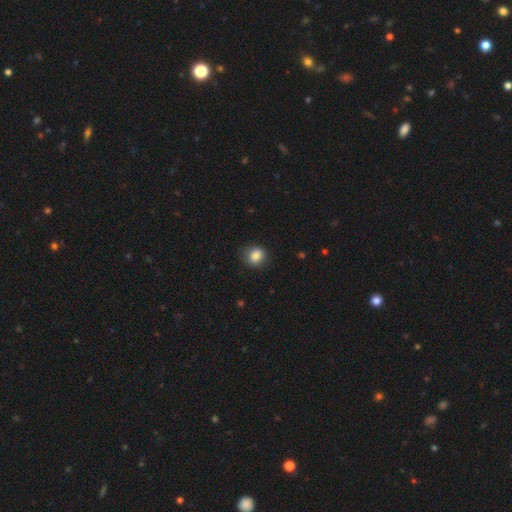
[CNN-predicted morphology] A smooth galaxy with no disk features (86%) that is round (68%).

Vote fractions:
- Smooth or featured? smooth: 86% / star or artifact: 10% / featured or disk: 5%
- How rounded? round: 68% / in between: 31% / cigar-shaped: 1%
- Merging? none: 79% / minor disturbance: 16% / major disturbance: 4% / merger: 1%